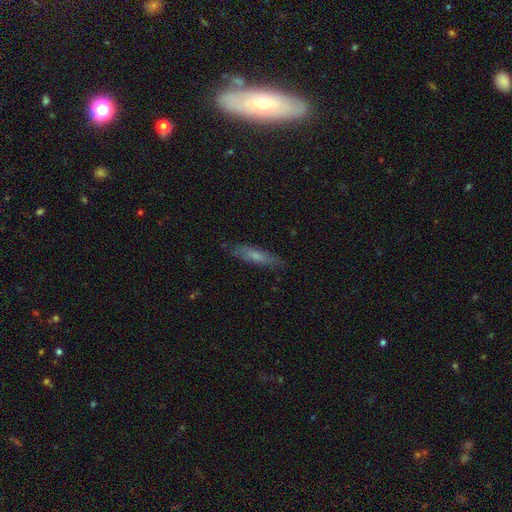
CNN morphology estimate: smooth 59%, featured or disk 34%, star or artifact 7%. Down the decision tree: how rounded — cigar-shaped (80%); merging — none (80%).